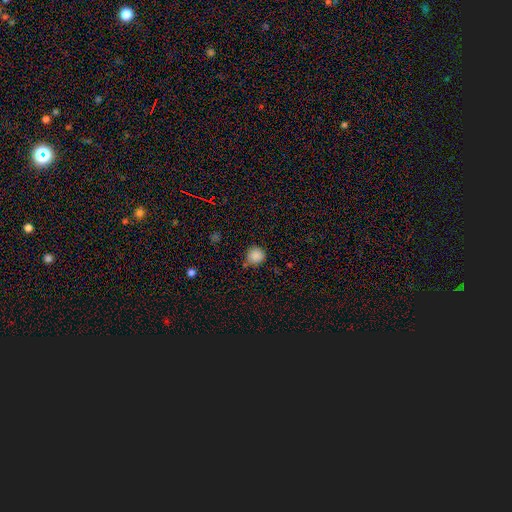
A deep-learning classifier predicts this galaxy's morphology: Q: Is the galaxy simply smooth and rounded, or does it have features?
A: smooth — 86%.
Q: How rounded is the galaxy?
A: round — 92%.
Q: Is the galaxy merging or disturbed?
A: none — 74%.